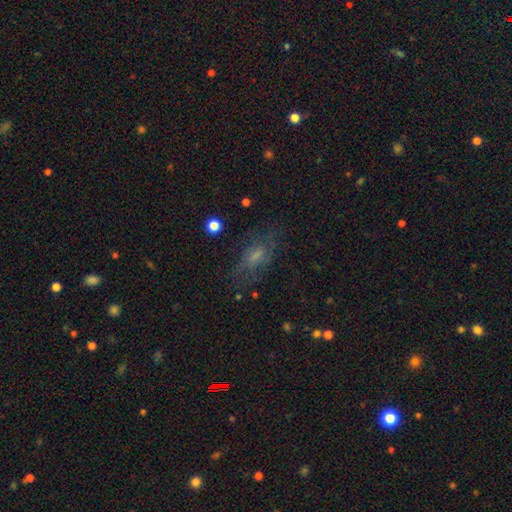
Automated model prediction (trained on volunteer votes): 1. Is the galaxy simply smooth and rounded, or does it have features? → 49% smooth, 35% featured or disk, 17% star or artifact.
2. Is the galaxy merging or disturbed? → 62% none, 20% minor disturbance, 16% major disturbance, 2% merger.